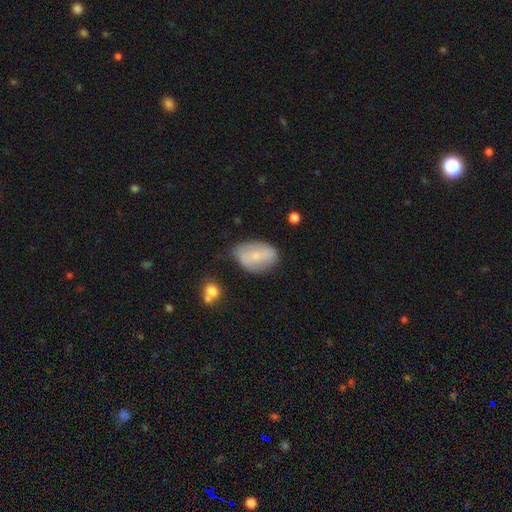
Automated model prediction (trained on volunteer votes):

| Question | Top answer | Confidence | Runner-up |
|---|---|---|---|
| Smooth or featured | smooth | 49% | featured or disk (43%) |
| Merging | none | 63% | minor disturbance (27%) |